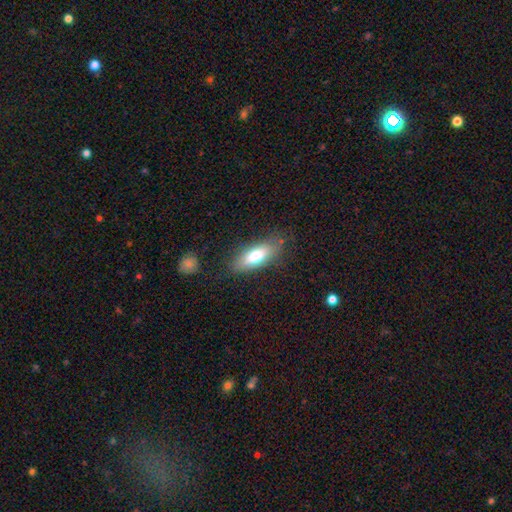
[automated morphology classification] smooth-or-featured: smooth: 75% | featured or disk: 18% | star or artifact: 7%
  how-rounded: in between: 70% | cigar-shaped: 28% | round: 2%
  merging: none: 78% | minor disturbance: 15% | major disturbance: 5% | merger: 2%